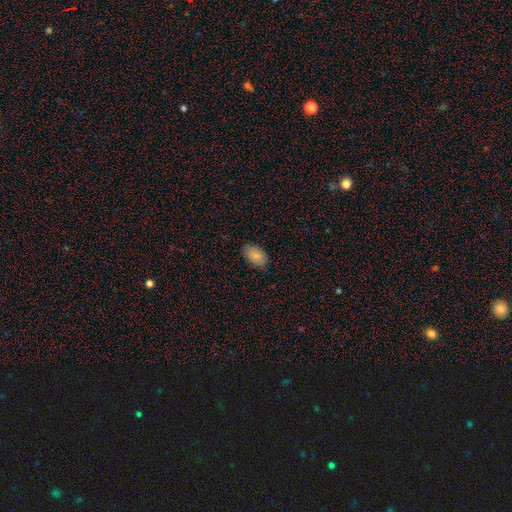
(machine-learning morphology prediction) Smooth or featured? smooth (86%)
How rounded? in between (92%)
Merging? none (80%)